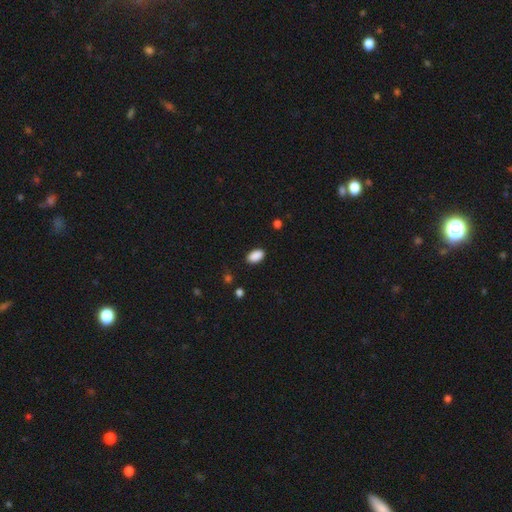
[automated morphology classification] Smooth or featured: smooth — 90% (star or artifact — 8%)
How rounded: in between — 93% (round — 5%)
Merging: none — 87% (minor disturbance — 10%)